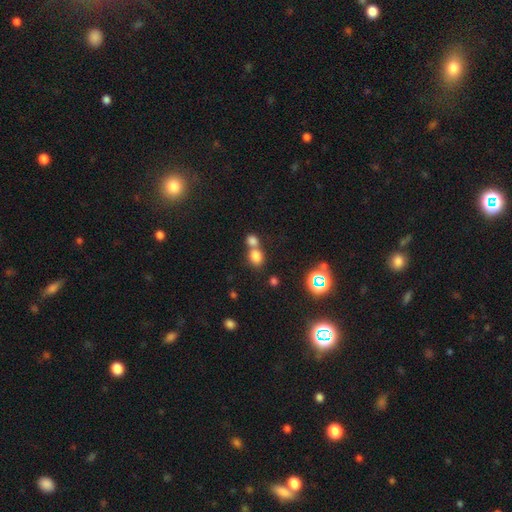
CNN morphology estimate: This appears to be a smooth galaxy with no disk features (76%) that is round (53%). Merging: merger (54%).